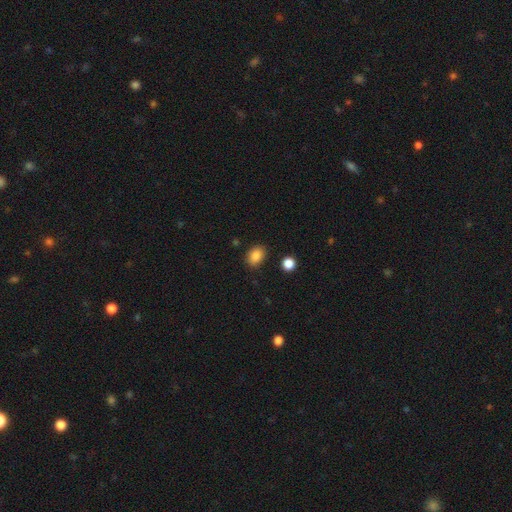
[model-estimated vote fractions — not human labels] smooth 87%, star or artifact 9%, featured or disk 4%. Down the decision tree: how rounded — in between (71%); merging — none (85%).